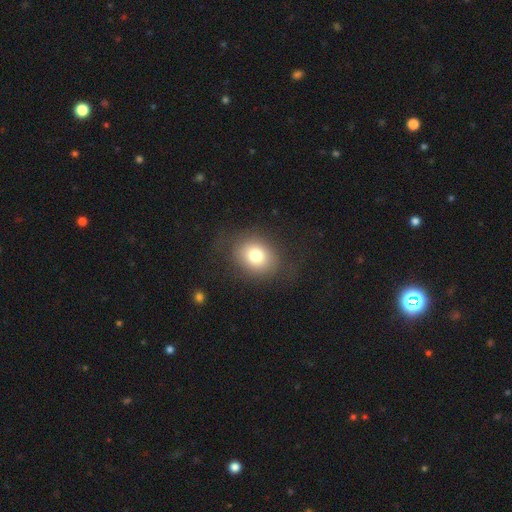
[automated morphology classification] This is likely a smooth galaxy (75%). How rounded: possibly round (55%). Merging: likely none (77%).